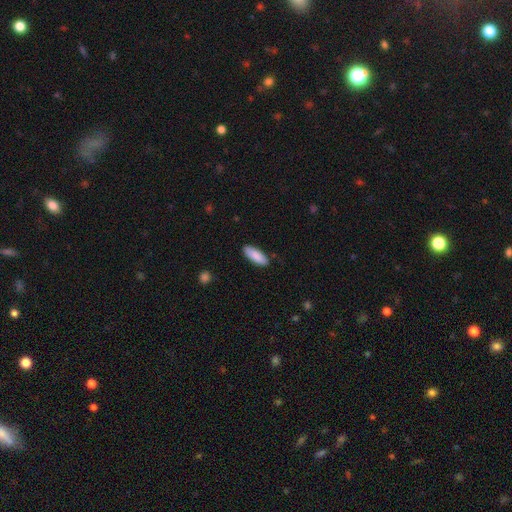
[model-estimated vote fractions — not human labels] smooth 87%, featured or disk 7%, star or artifact 6%. Down the decision tree: how rounded — in between (68%); merging — none (86%).